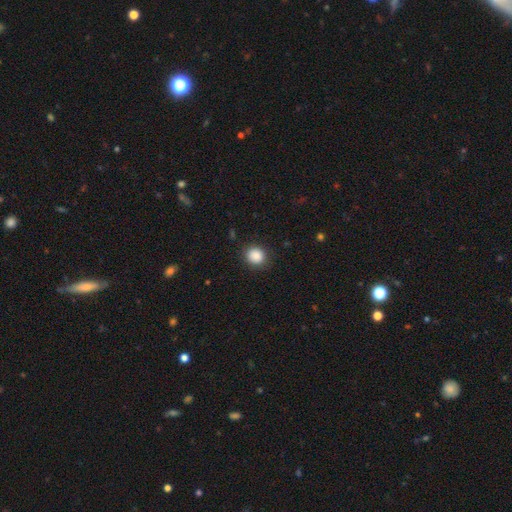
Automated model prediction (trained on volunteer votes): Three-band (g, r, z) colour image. It shows a smooth galaxy with no disk features (87%) that is round (83%). Merging: none (87%).